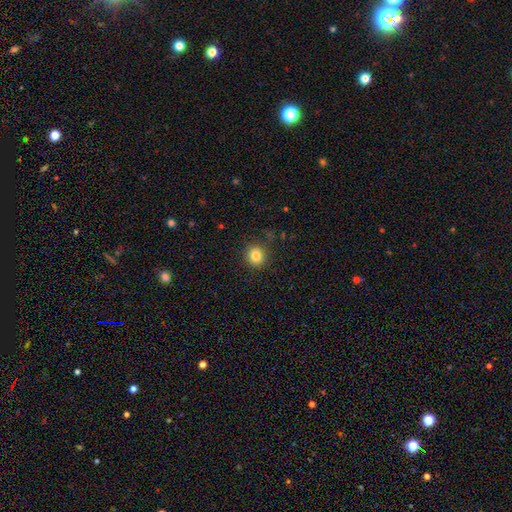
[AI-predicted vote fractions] The model was most divided on "smooth or featured": smooth: 83%, star or artifact: 11%, featured or disk: 6%. More confident: how rounded — round (91%); merging — none (87%).